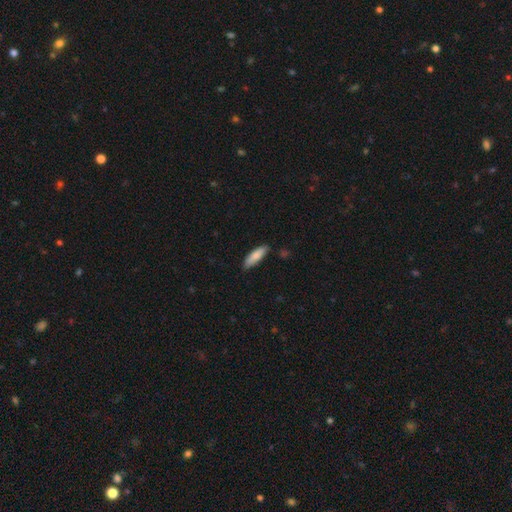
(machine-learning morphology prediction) smooth-or-featured: smooth: 82% | featured or disk: 12% | star or artifact: 6%
  how-rounded: cigar-shaped: 50% | in between: 49% | round: 2%
  merging: none: 80% | minor disturbance: 16% | major disturbance: 2% | merger: 2%